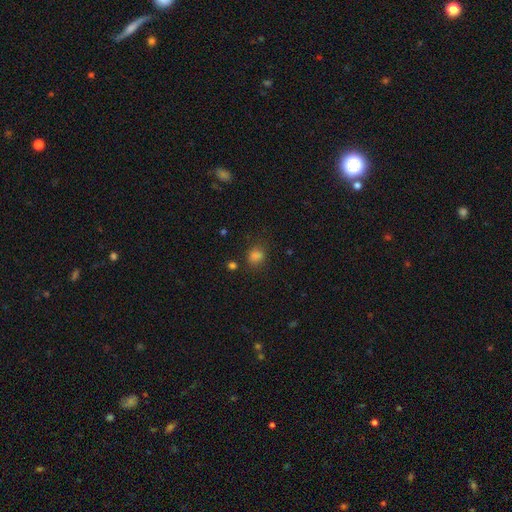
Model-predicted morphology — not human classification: Overall: smooth (76%). How rounded: round (57%; in between 42%). Merging: none (74%).